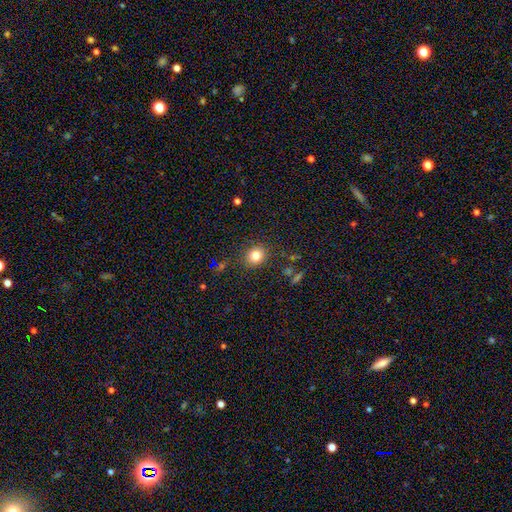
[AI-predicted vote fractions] Q: Smooth or featured?
A: smooth (80%); runner-up: star or artifact (13%)
Q: How rounded?
A: round (75%); runner-up: in between (24%)
Q: Merging?
A: none (87%); runner-up: minor disturbance (9%)